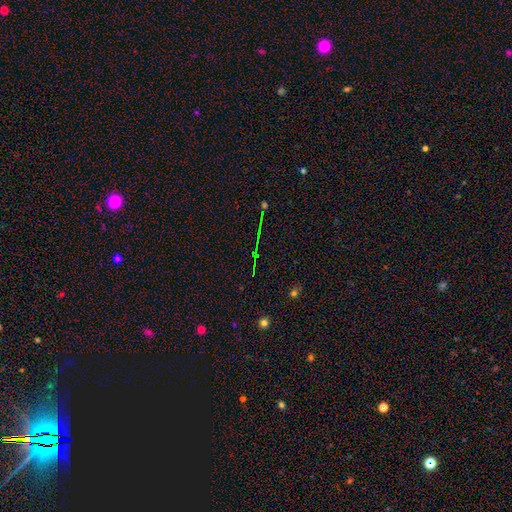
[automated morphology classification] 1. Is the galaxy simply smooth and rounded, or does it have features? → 74% star or artifact, 13% smooth, 12% featured or disk.